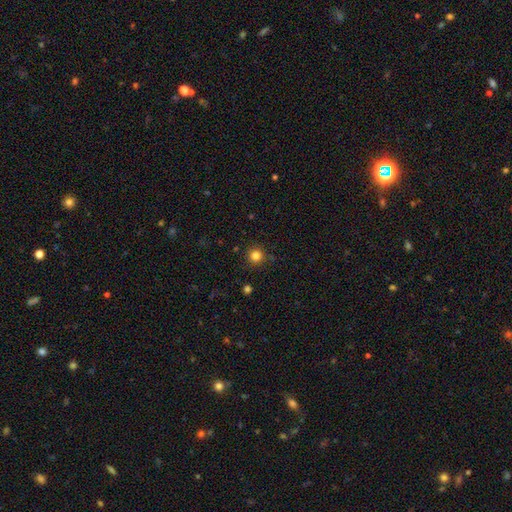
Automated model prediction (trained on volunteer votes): Smooth or featured: smooth — 82% (star or artifact — 13%)
How rounded: round — 95% (in between — 4%)
Merging: none — 89% (minor disturbance — 7%)